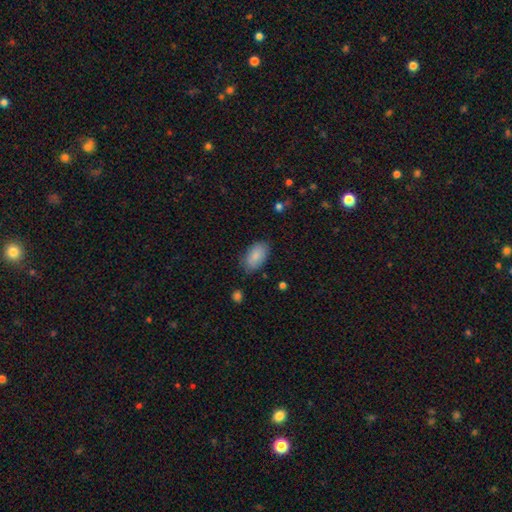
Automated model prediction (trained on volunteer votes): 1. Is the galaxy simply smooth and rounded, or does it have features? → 86% smooth, 7% featured or disk, 7% star or artifact.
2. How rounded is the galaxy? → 94% in between, 4% round, 2% cigar-shaped.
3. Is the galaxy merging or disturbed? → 80% none, 15% minor disturbance, 3% major disturbance, 1% merger.